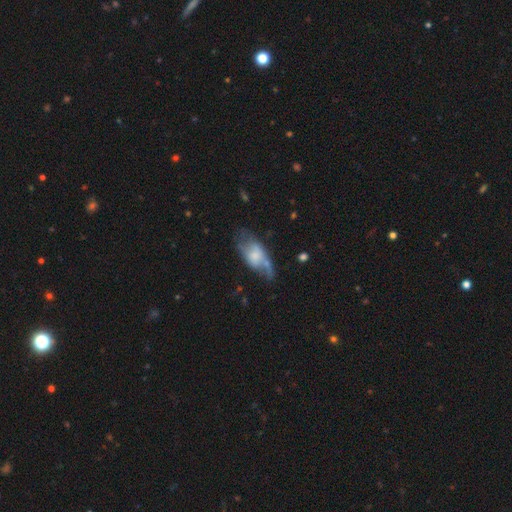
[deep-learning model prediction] smooth_or_featured: featured or disk (p=0.48) [alt: smooth p=0.45]
merging: none (p=0.38) [alt: minor disturbance p=0.30]